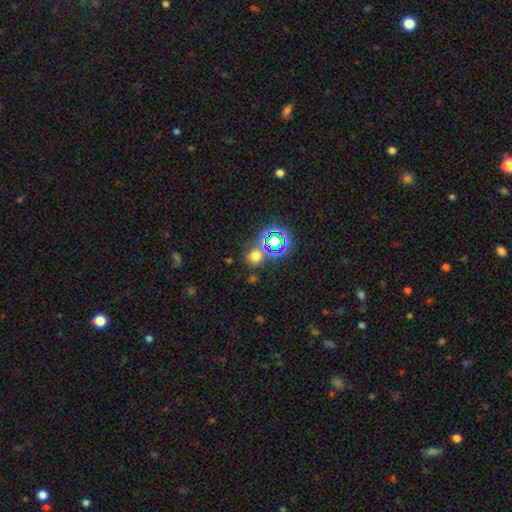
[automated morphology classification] A smooth galaxy with no disk features (61%) that is round (82%).

Vote fractions:
- Smooth or featured? smooth: 61% / star or artifact: 32% / featured or disk: 7%
- How rounded? round: 82% / in between: 17% / cigar-shaped: 1%
- Merging? none: 72% / merger: 16% / minor disturbance: 9% / major disturbance: 4%